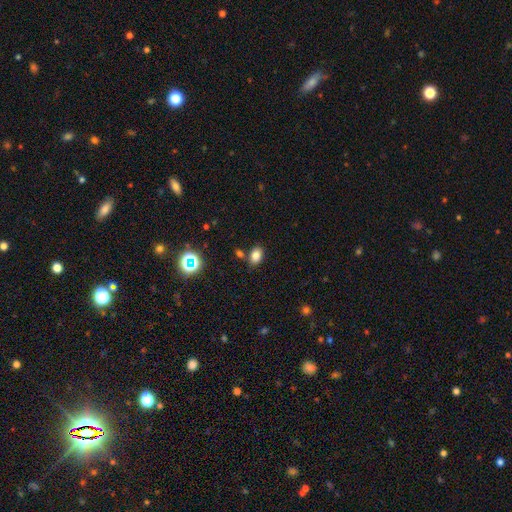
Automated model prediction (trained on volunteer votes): Smooth or featured?
  - smooth: 80% *
  - star or artifact: 13%
  - featured or disk: 7%
How rounded?
  - in between: 78% *
  - round: 20%
  - cigar-shaped: 1%
Merging?
  - none: 78% *
  - minor disturbance: 11%
  - merger: 8%
  - major disturbance: 3%